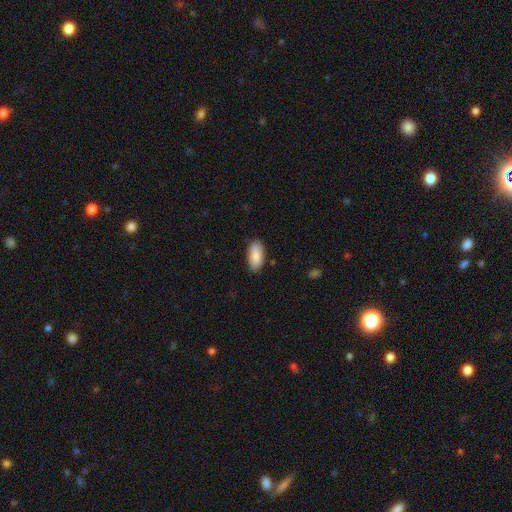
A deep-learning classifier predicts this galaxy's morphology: Q: Smooth or featured?
A: smooth (86%); runner-up: featured or disk (8%)
Q: How rounded?
A: in between (91%); runner-up: cigar-shaped (7%)
Q: Merging?
A: none (85%); runner-up: minor disturbance (12%)